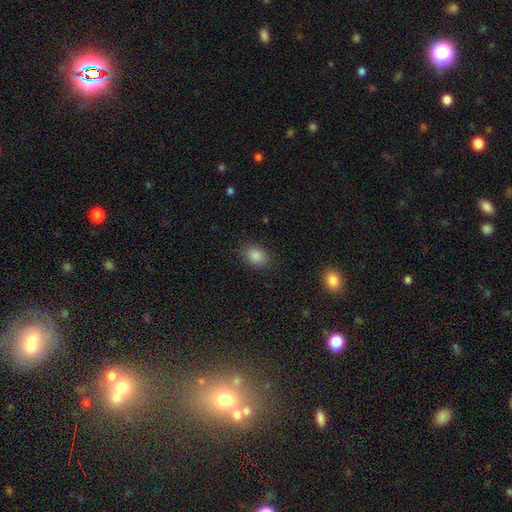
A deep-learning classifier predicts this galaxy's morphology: smooth_or_featured: smooth (p=0.85) [alt: star or artifact p=0.10]
how_rounded: in between (p=0.71) [alt: round p=0.28]
merging: none (p=0.85) [alt: minor disturbance p=0.10]